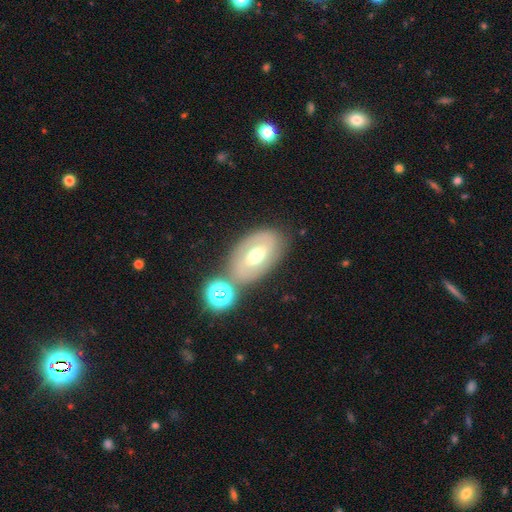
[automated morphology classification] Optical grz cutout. It shows a featured or disk galaxy (48%). Merging: none (63%).